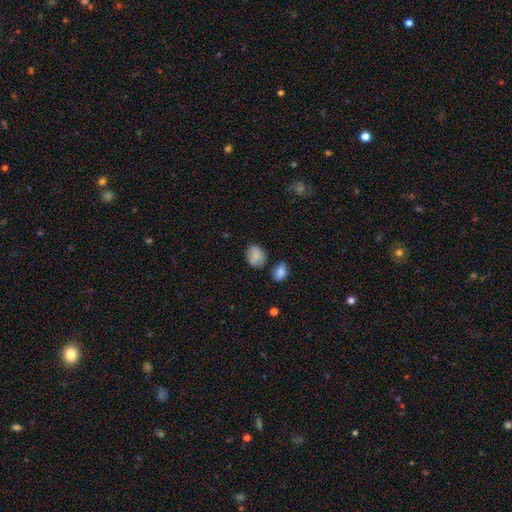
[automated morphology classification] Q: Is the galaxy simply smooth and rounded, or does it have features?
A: smooth — 79%.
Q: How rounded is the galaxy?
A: in between — 60%.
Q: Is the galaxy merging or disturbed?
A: none — 64%.